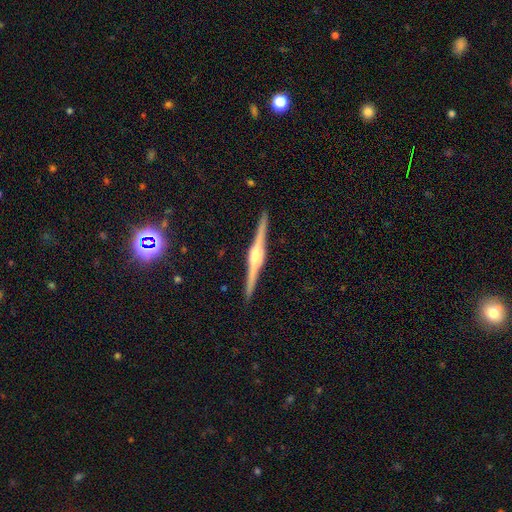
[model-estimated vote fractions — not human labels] Smooth or featured? featured or disk (88%)
Edge-on disk? yes (99%)
Edge-on bulge? rounded (78%)
Merging? none (93%)